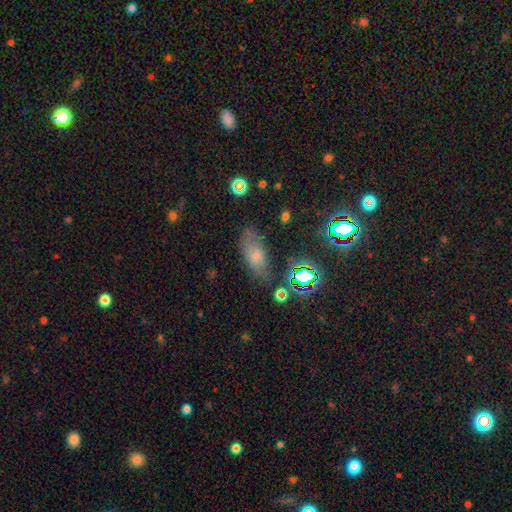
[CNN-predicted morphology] smooth-or-featured: smooth: 65% | star or artifact: 18% | featured or disk: 17%
  how-rounded: in between: 84% | cigar-shaped: 11% | round: 6%
  merging: none: 70% | minor disturbance: 19% | major disturbance: 7% | merger: 4%